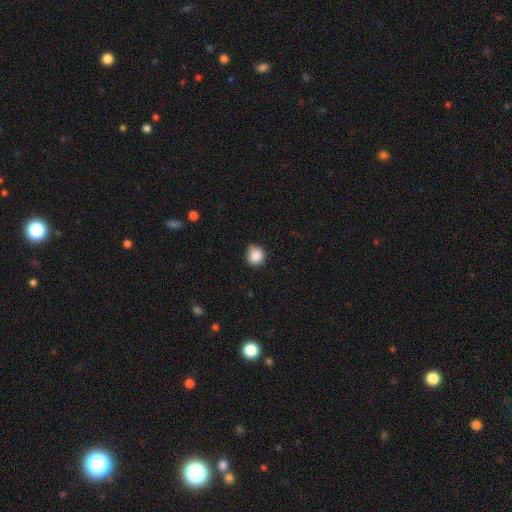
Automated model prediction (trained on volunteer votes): A smooth galaxy with no disk features (87%) that is round (90%). Merging: none (76%).